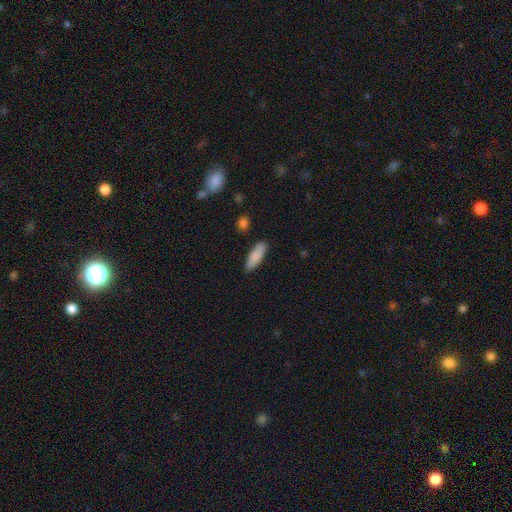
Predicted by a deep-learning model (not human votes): A smooth galaxy with no disk features (85%) that is in between round and cigar-shaped (57%).

Vote fractions:
- Smooth or featured? smooth: 85% / featured or disk: 9% / star or artifact: 6%
- How rounded? in between: 57% / cigar-shaped: 41% / round: 2%
- Merging? none: 85% / minor disturbance: 11% / major disturbance: 2% / merger: 2%